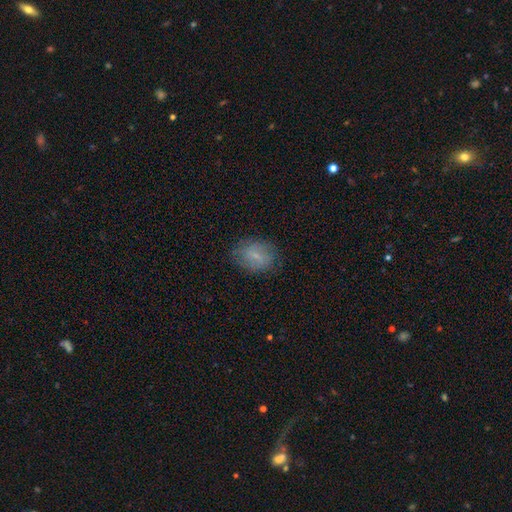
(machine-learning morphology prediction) smooth-or-featured: smooth: 67% | featured or disk: 24% | star or artifact: 9%
  how-rounded: in between: 65% | round: 34% | cigar-shaped: 1%
  merging: none: 78% | minor disturbance: 16% | major disturbance: 5% | merger: 1%